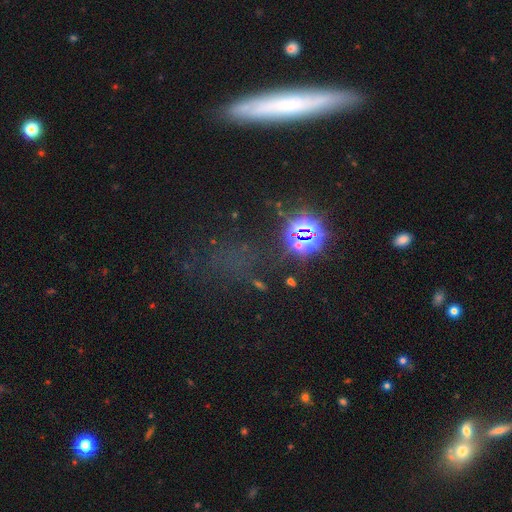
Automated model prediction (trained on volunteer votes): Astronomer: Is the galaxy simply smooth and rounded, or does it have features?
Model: star or artifact — 39% (runner-up: smooth, 38%).